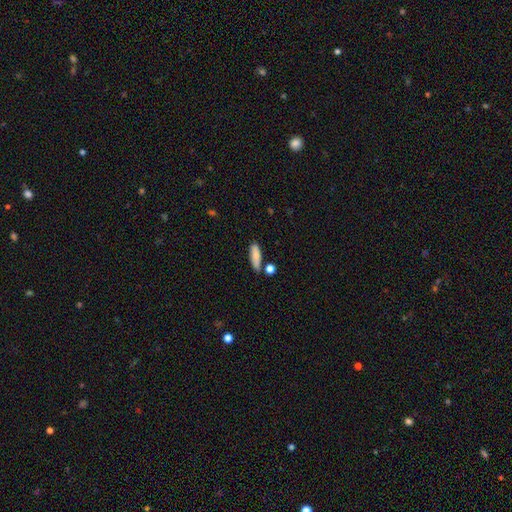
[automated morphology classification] smooth 82%, featured or disk 11%, star or artifact 7%. Down the decision tree: how rounded — cigar-shaped (50%); merging — none (70%).